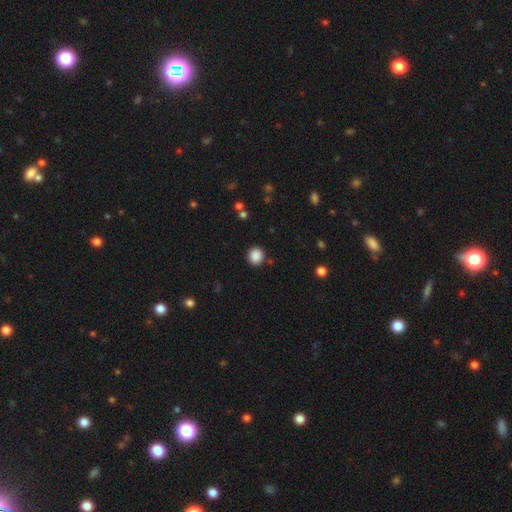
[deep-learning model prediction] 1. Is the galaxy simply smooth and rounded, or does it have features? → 87% smooth, 10% star or artifact, 3% featured or disk.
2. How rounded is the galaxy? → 87% round, 12% in between, 1% cigar-shaped.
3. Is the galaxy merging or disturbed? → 87% none, 8% minor disturbance, 3% major disturbance, 3% merger.